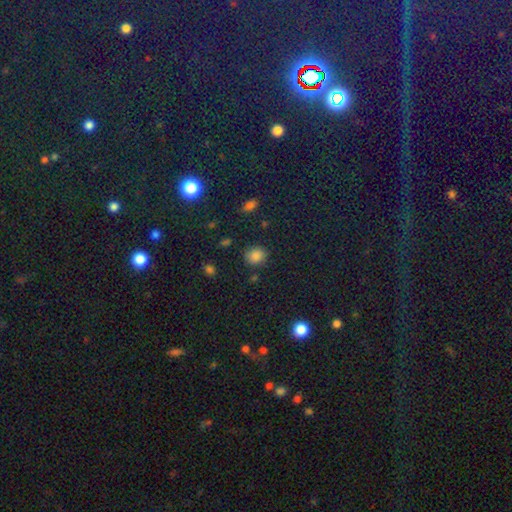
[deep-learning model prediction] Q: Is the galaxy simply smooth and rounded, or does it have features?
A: smooth — 82%.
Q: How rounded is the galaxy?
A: round — 71%.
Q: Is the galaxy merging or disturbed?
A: none — 82%.